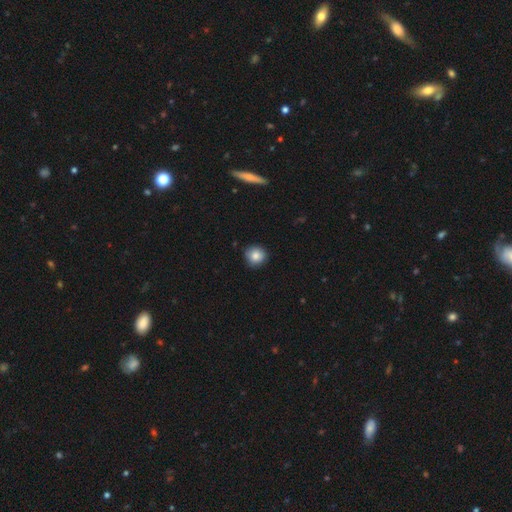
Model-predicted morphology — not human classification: smooth_or_featured: smooth (p=0.84) [alt: star or artifact p=0.09]
how_rounded: round (p=0.88) [alt: in between p=0.11]
merging: none (p=0.85) [alt: minor disturbance p=0.12]